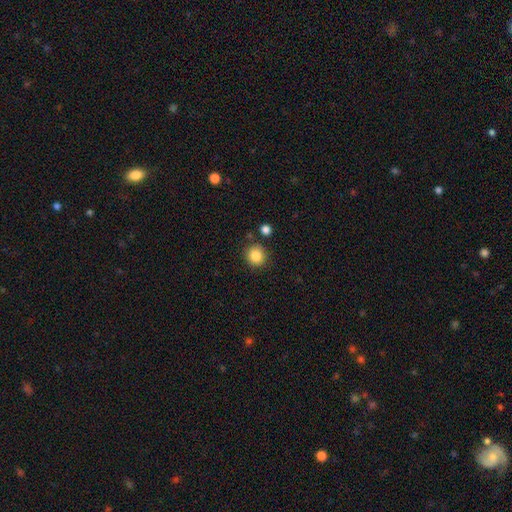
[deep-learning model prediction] Smooth or featured?
  - smooth: 86% *
  - star or artifact: 10%
  - featured or disk: 5%
How rounded?
  - round: 89% *
  - in between: 10%
  - cigar-shaped: 1%
Merging?
  - none: 84% *
  - minor disturbance: 9%
  - merger: 5%
  - major disturbance: 3%